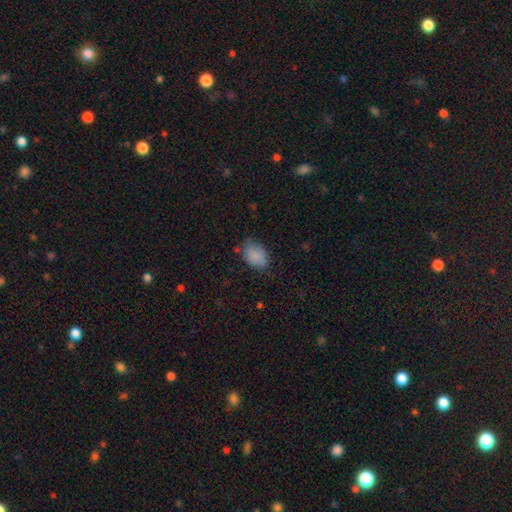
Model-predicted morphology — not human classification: This appears to be a smooth galaxy with no disk features (86%) that is in between round and cigar-shaped (84%). Merging: none (70%).